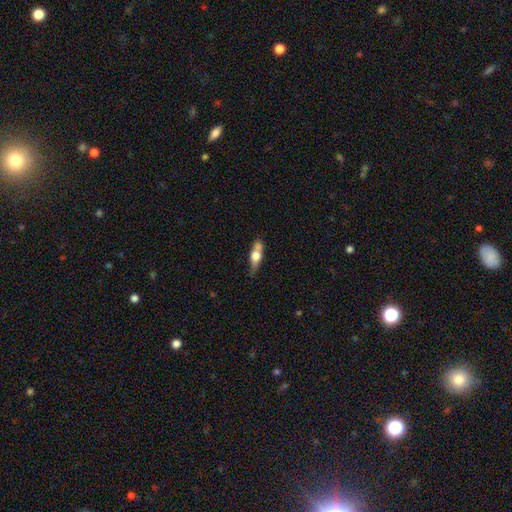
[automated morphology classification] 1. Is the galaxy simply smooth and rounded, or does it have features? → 48% smooth, 45% featured or disk, 7% star or artifact.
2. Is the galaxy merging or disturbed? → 50% none, 23% minor disturbance, 18% merger, 8% major disturbance.